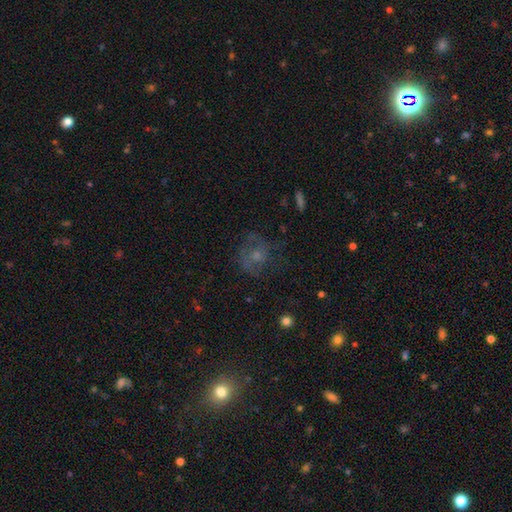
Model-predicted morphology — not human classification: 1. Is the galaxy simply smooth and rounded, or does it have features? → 45% featured or disk, 35% smooth, 19% star or artifact.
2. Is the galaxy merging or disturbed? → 58% none, 20% major disturbance, 20% minor disturbance, 2% merger.